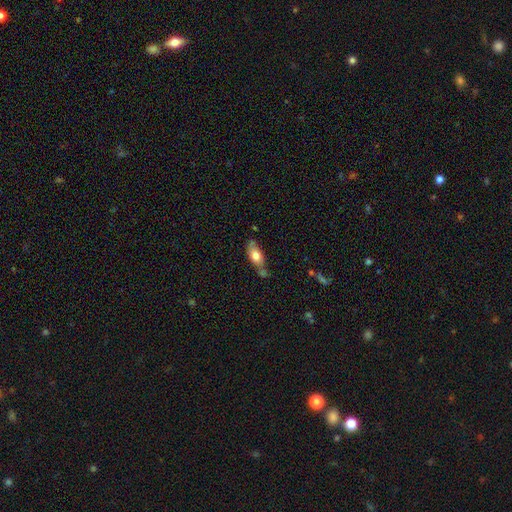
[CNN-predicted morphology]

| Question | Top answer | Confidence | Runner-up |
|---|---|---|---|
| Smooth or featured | smooth | 68% | featured or disk (25%) |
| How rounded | in between | 80% | cigar-shaped (15%) |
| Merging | none | 51% | minor disturbance (24%) |